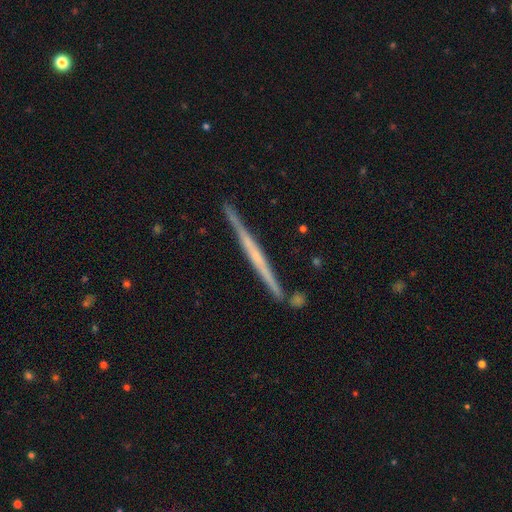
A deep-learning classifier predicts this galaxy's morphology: The model was most divided on "smooth or featured": featured or disk: 68%, smooth: 27%, star or artifact: 6%. More confident: edge-on disk — yes (98%); merging — none (87%); edge-on bulge — none (77%).